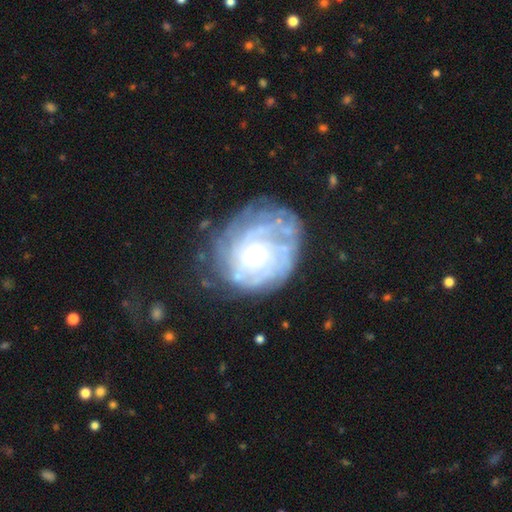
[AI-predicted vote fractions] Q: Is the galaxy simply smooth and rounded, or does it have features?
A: featured or disk — 80%.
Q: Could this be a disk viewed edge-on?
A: no — 98%.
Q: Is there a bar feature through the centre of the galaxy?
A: no — 69%.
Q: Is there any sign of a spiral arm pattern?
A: yes — 90%.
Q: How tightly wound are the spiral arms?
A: tight — 71%.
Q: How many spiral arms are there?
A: can't tell — 46%.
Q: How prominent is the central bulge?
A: small — 73%.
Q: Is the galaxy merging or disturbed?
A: none — 64%.